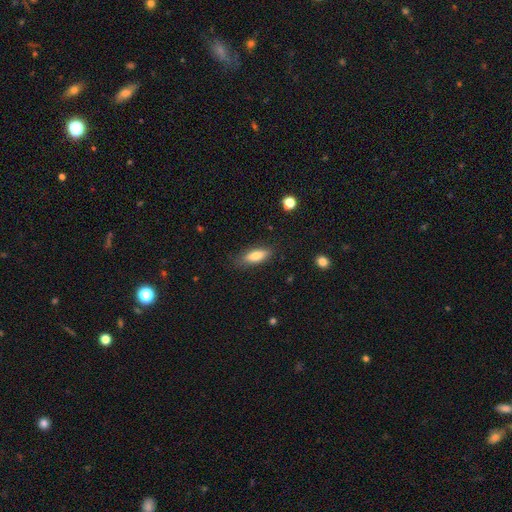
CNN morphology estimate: This is likely a smooth galaxy (77%). How rounded: likely in between (65%). Merging: likely none (80%).